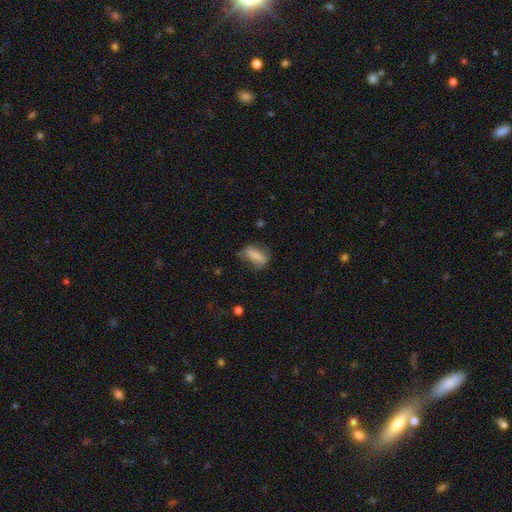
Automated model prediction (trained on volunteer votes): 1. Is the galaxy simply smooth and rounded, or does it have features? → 73% smooth, 19% featured or disk, 9% star or artifact.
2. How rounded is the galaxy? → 69% in between, 24% cigar-shaped, 6% round.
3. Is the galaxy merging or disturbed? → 61% none, 26% minor disturbance, 11% major disturbance, 2% merger.